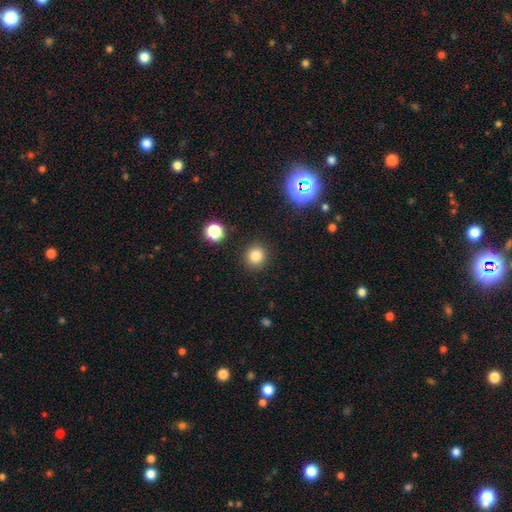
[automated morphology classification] Smooth or featured: smooth — 81% (star or artifact — 14%)
How rounded: round — 91% (in between — 8%)
Merging: none — 90% (minor disturbance — 6%)